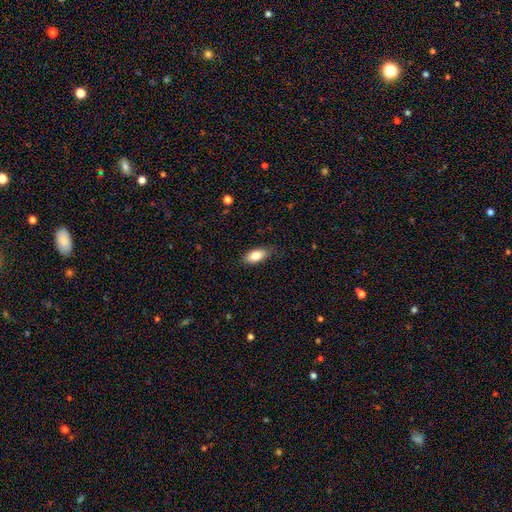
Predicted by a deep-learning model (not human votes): Smooth or featured: smooth — 81% (featured or disk — 12%)
How rounded: in between — 87% (cigar-shaped — 10%)
Merging: none — 80% (minor disturbance — 16%)